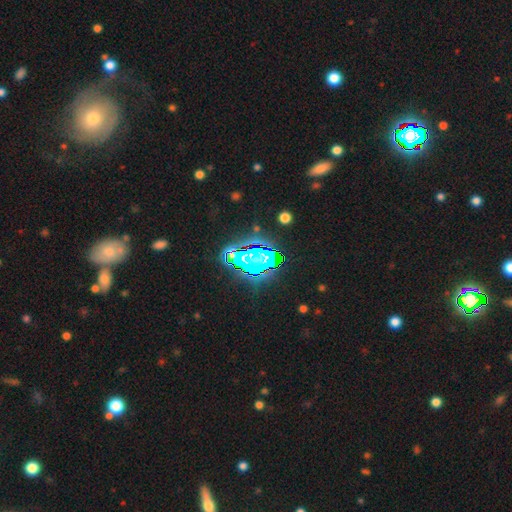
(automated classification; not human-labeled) smooth_or_featured: star or artifact (p=0.79) [alt: smooth p=0.12]